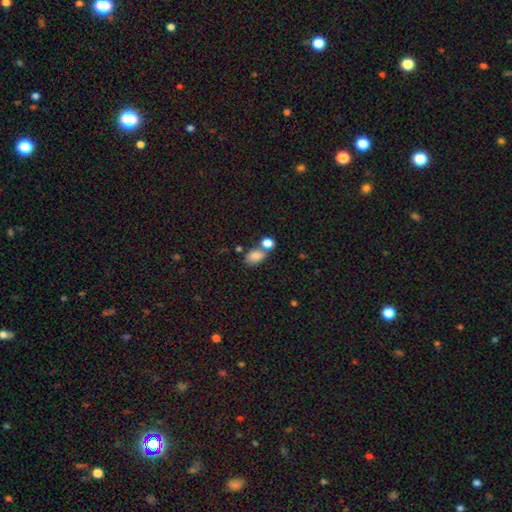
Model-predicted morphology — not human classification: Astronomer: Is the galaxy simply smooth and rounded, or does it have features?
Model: smooth — 83%.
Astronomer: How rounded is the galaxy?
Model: in between — 83%.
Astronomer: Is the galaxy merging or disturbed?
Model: none — 46% (runner-up: merger, 34%).